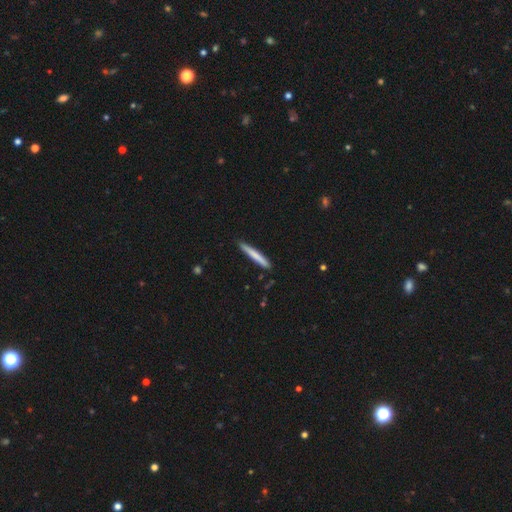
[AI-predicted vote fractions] A smooth galaxy with no disk features (73%) that is cigar-shaped (96%). Merging: none (89%).